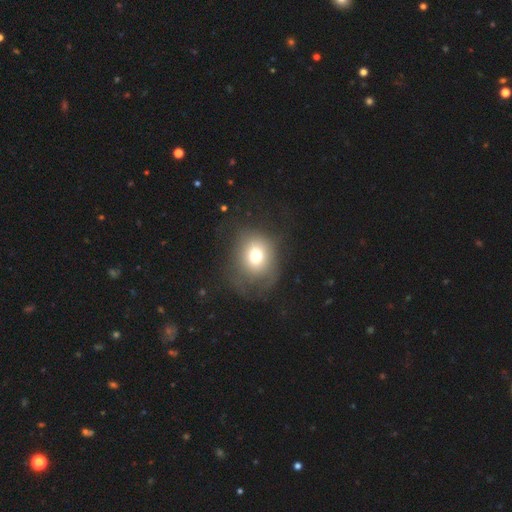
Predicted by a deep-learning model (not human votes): Overall: smooth (69%). How rounded: round (65%; in between 34%). Merging: none (54%; major disturbance 22%).